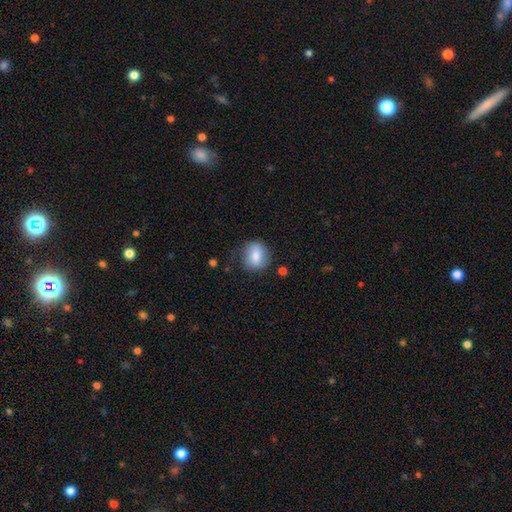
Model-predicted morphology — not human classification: smooth 78%, featured or disk 14%, star or artifact 7%. Down the decision tree: how rounded — round (66%); merging — none (72%).